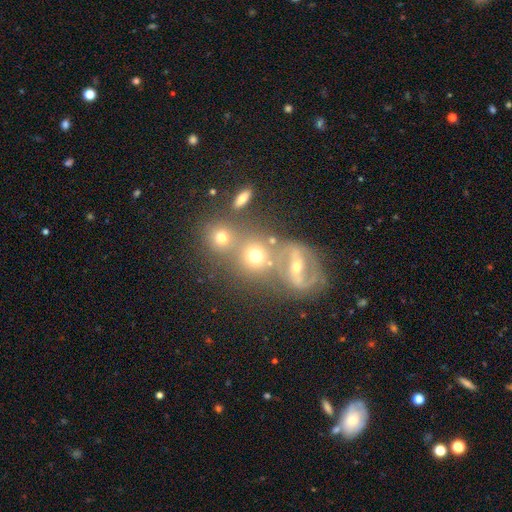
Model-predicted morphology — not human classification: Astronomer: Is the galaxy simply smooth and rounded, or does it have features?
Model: featured or disk — 40% (runner-up: smooth, 34%).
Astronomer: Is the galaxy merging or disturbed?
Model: merger — 65%.